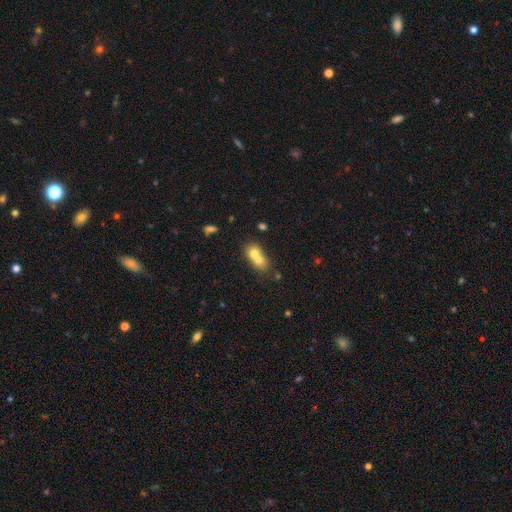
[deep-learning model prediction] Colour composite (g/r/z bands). It shows a smooth galaxy with no disk features (66%) that is round (53%). Merging: merger (71%).